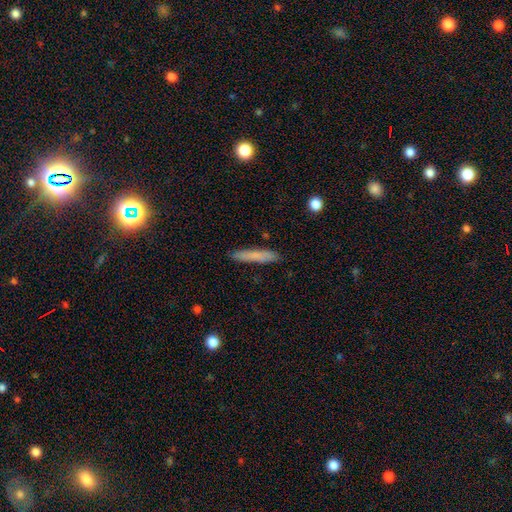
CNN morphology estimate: The model was most divided on "smooth or featured": smooth: 77%, featured or disk: 16%, star or artifact: 7%. More confident: how rounded — cigar-shaped (93%); merging — none (88%).